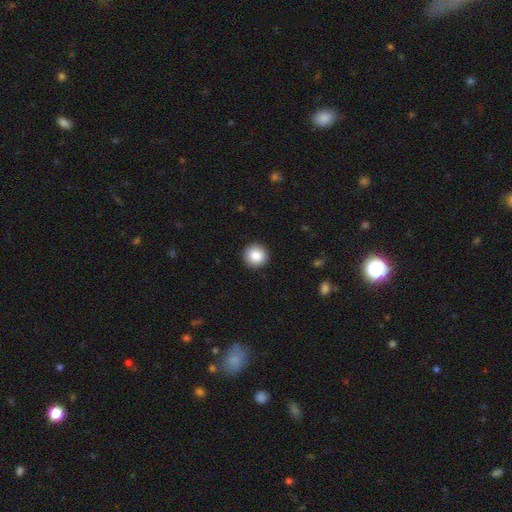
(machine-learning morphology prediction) Smooth or featured: smooth — 87% (star or artifact — 8%)
How rounded: round — 95% (in between — 4%)
Merging: none — 93% (minor disturbance — 5%)